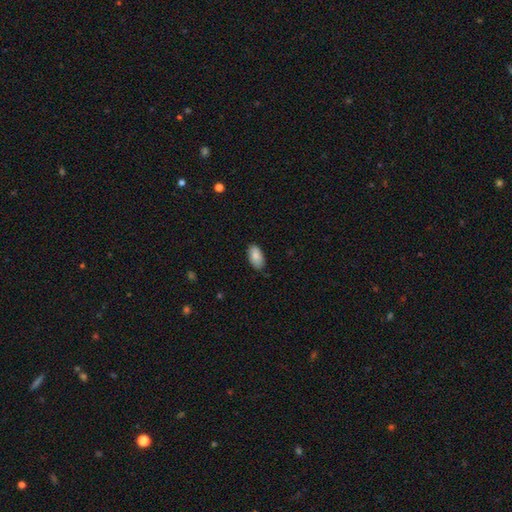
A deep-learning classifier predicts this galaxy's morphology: Q: Smooth or featured?
A: smooth (85%); runner-up: featured or disk (8%)
Q: How rounded?
A: in between (94%); runner-up: round (3%)
Q: Merging?
A: none (83%); runner-up: minor disturbance (14%)